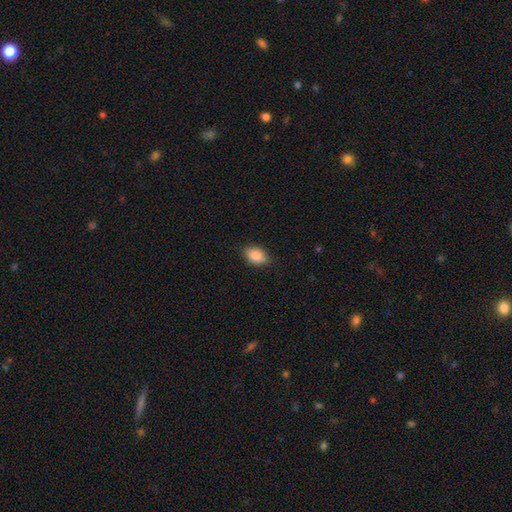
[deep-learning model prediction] smooth 86%, star or artifact 7%, featured or disk 7%. Down the decision tree: how rounded — in between (90%); merging — none (85%).